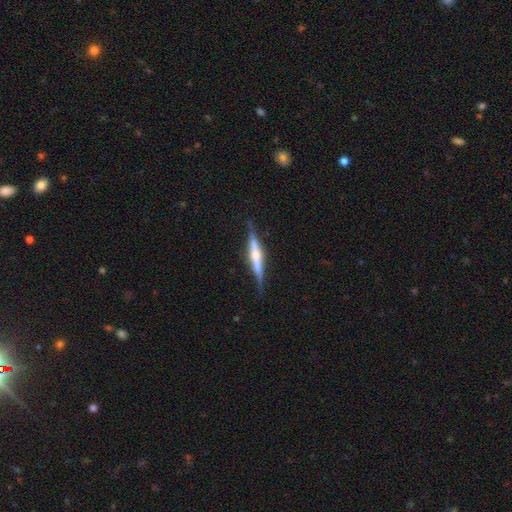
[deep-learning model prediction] Smooth or featured: featured or disk — 72% (smooth — 22%)
Edge-on disk: yes — 96% (no — 4%)
Edge-on bulge: rounded — 74% (boxy — 15%)
Merging: none — 81% (minor disturbance — 14%)